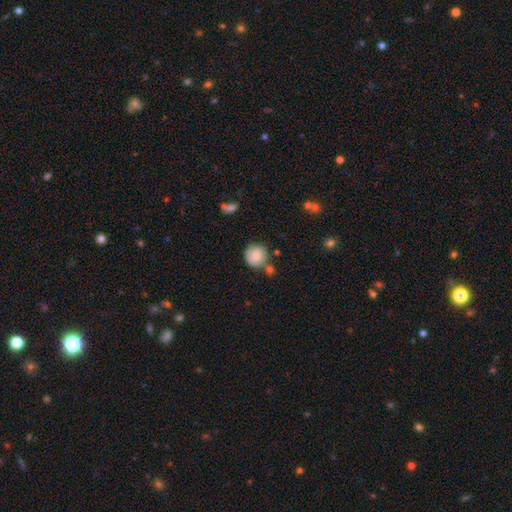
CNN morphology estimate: smooth-or-featured: smooth: 69% | featured or disk: 23% | star or artifact: 8%
  how-rounded: round: 88% | in between: 11% | cigar-shaped: 1%
  merging: none: 64% | minor disturbance: 19% | merger: 11% | major disturbance: 5%